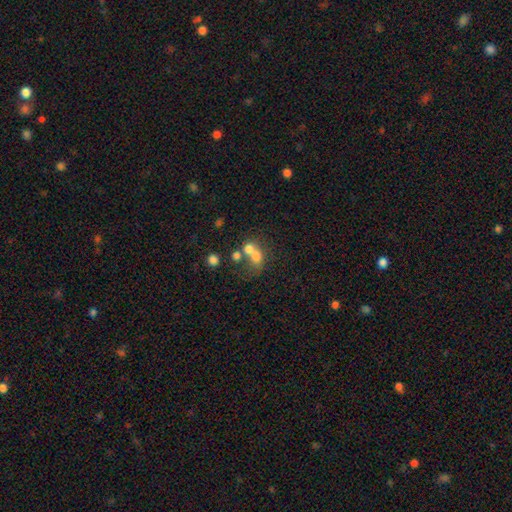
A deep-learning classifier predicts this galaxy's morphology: smooth-or-featured: smooth: 65% | featured or disk: 21% | star or artifact: 14%
  how-rounded: round: 58% | in between: 40% | cigar-shaped: 1%
  merging: merger: 61% | none: 24% | minor disturbance: 8% | major disturbance: 7%